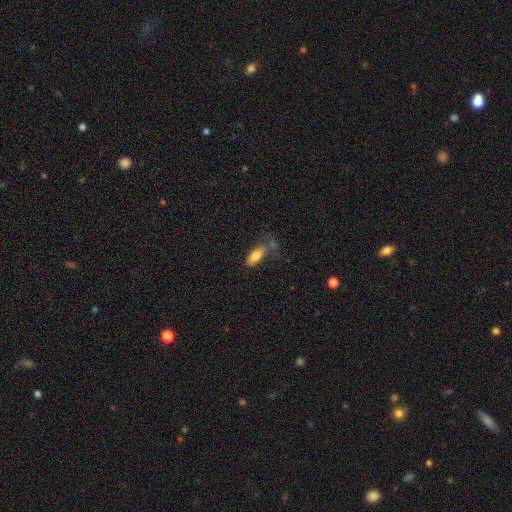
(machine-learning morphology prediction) This appears to be a smooth galaxy with no disk features (80%) that is in between round and cigar-shaped (75%). Merging: none (43%).